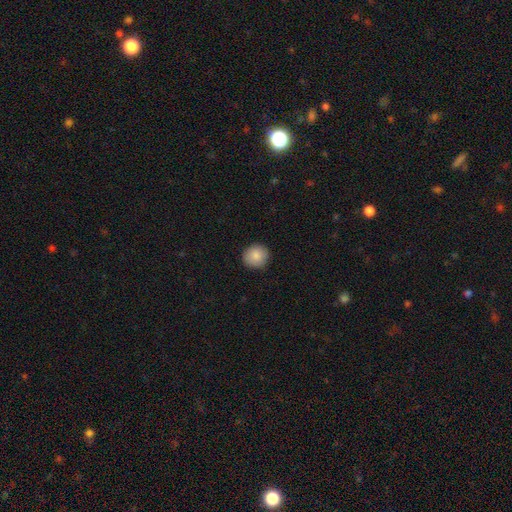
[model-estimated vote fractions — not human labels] Smooth or featured?
  - smooth: 86% *
  - star or artifact: 8%
  - featured or disk: 6%
How rounded?
  - round: 89% *
  - in between: 10%
  - cigar-shaped: 1%
Merging?
  - none: 90% *
  - minor disturbance: 8%
  - major disturbance: 2%
  - merger: 1%